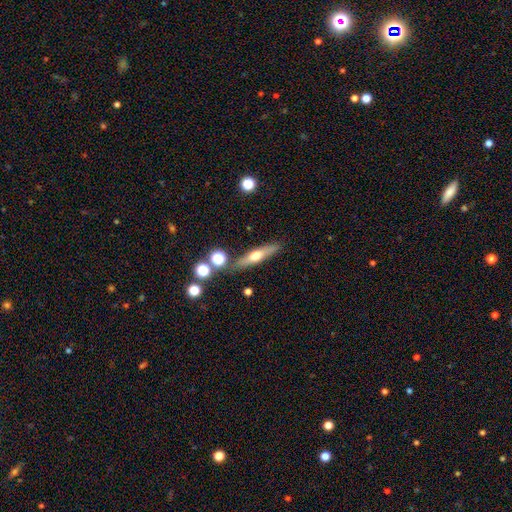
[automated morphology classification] A featured or disk galaxy (49%). Merging: none (81%).